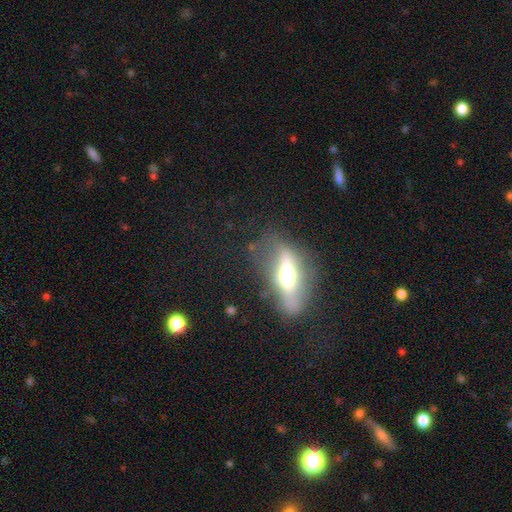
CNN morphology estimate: Q: Smooth or featured?
A: featured or disk (62%); runner-up: smooth (28%)
Q: Edge-on disk?
A: yes (66%); runner-up: no (34%)
Q: Merging?
A: none (59%); runner-up: minor disturbance (21%)